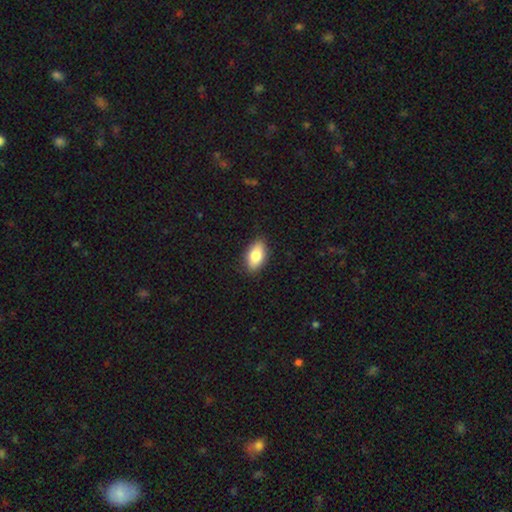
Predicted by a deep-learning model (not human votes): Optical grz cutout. It shows a smooth galaxy with no disk features (81%) that is in between round and cigar-shaped (91%). Merging: none (87%).